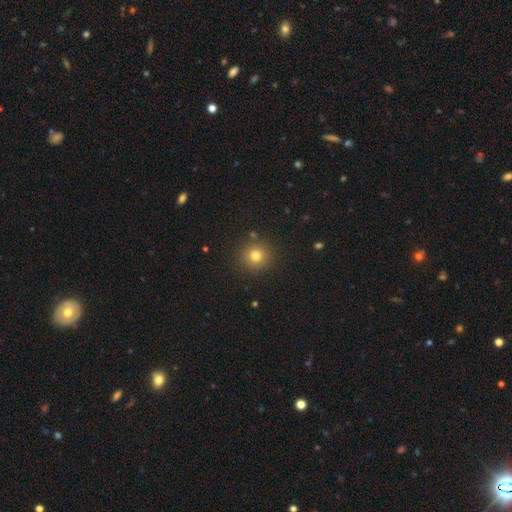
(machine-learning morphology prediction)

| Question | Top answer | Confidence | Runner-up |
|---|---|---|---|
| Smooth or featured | smooth | 78% | star or artifact (15%) |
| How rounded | round | 93% | in between (6%) |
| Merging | none | 88% | minor disturbance (7%) |